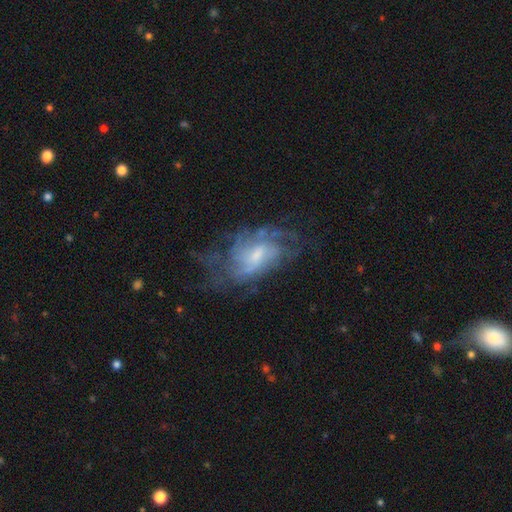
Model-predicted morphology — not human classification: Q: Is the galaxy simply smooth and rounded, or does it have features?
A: featured or disk — 73%.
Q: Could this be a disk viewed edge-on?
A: no — 95%.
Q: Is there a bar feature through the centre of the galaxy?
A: no — 48%.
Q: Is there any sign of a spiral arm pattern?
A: yes — 77%.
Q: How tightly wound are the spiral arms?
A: medium — 40%.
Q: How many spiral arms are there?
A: can't tell — 53%.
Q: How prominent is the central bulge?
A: small — 43%.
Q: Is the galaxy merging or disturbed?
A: none — 50%.